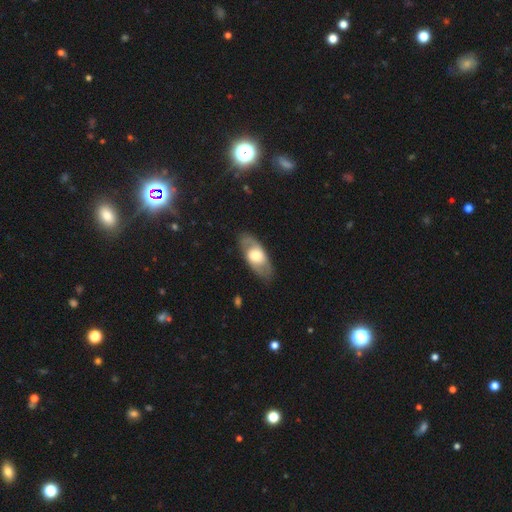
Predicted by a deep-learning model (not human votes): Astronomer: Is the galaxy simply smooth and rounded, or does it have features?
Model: featured or disk — 49% (runner-up: smooth, 46%).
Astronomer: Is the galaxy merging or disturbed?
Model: none — 80%.